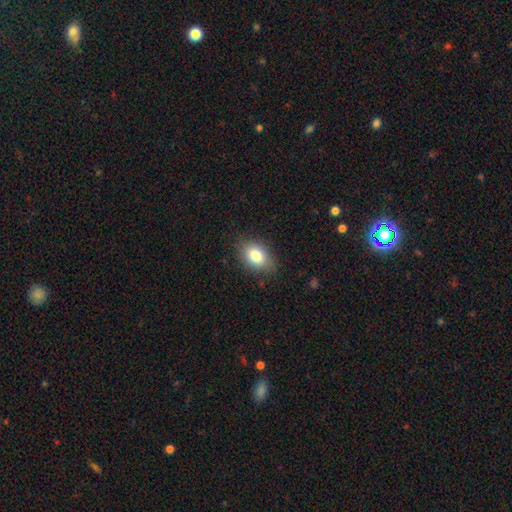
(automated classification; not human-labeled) Smooth or featured?
  - smooth: 81% *
  - featured or disk: 10%
  - star or artifact: 9%
How rounded?
  - in between: 80% *
  - round: 19%
  - cigar-shaped: 1%
Merging?
  - none: 82% *
  - minor disturbance: 14%
  - major disturbance: 3%
  - merger: 1%